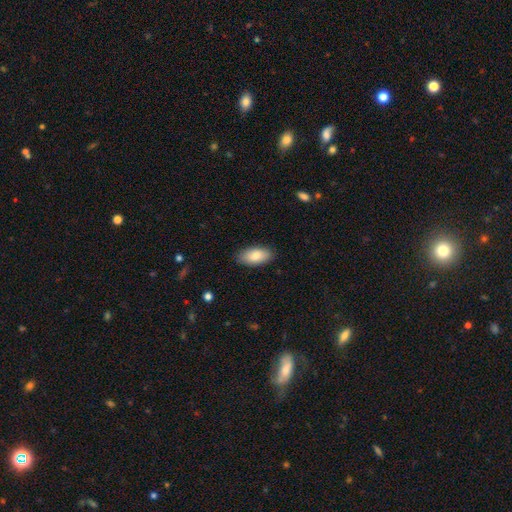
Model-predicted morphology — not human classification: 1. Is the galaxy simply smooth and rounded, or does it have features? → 81% smooth, 13% featured or disk, 6% star or artifact.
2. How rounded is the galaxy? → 92% in between, 5% cigar-shaped, 3% round.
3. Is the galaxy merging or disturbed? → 86% none, 10% minor disturbance, 2% major disturbance, 1% merger.